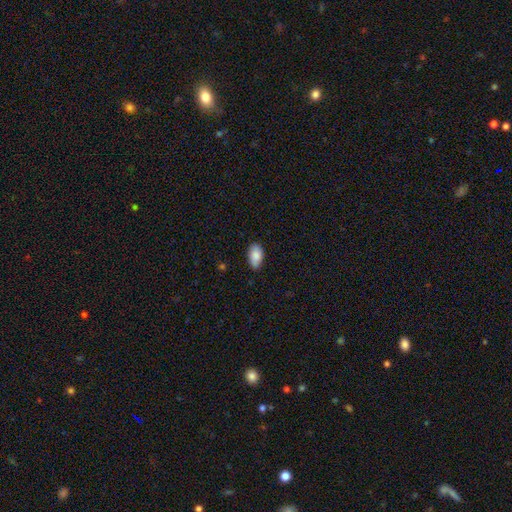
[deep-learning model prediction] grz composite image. It shows a smooth galaxy with no disk features (86%) that is in between round and cigar-shaped (94%). Merging: none (79%).